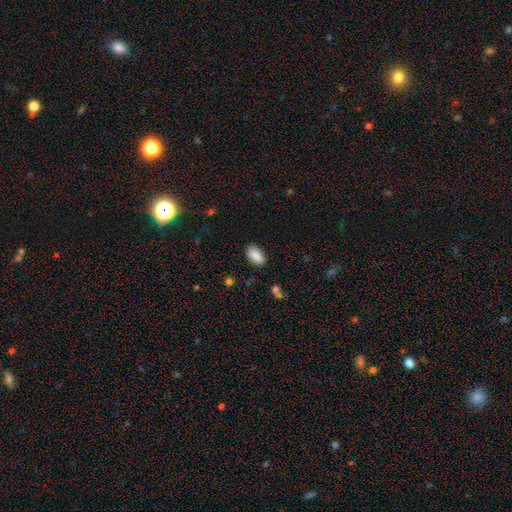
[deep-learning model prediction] This appears to be a smooth galaxy with no disk features (86%) that is in between round and cigar-shaped (91%). Merging: none (86%).